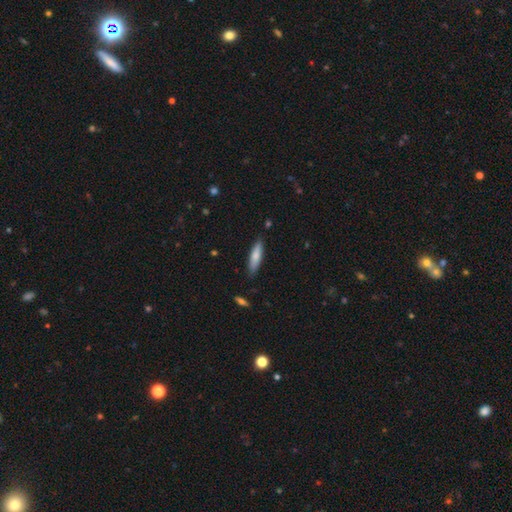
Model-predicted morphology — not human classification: The model was most divided on "how rounded": cigar-shaped: 73%, in between: 25%, round: 1%. More confident: merging — none (85%); smooth or featured — smooth (76%).